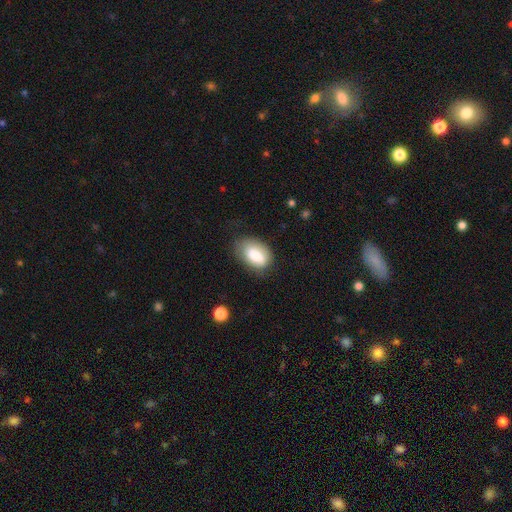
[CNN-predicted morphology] A smooth galaxy with no disk features (81%) that is in between round and cigar-shaped (90%). Merging: none (66%).